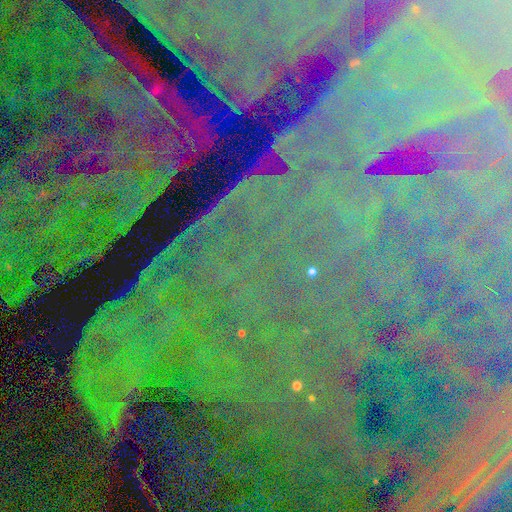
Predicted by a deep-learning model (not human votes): Smooth or featured: star or artifact — 85% (featured or disk — 8%)